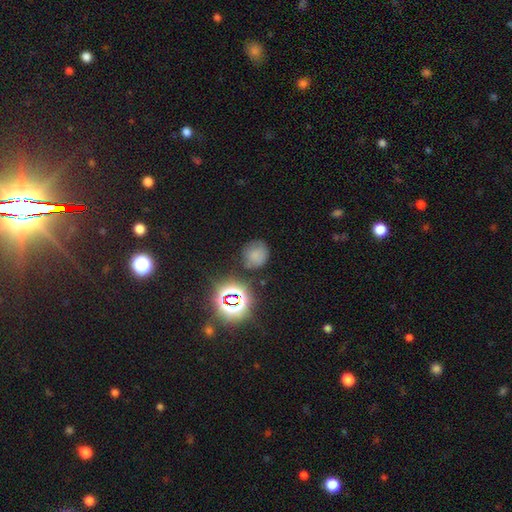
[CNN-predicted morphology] Smooth or featured? smooth (67%)
How rounded? round (81%)
Merging? none (71%)